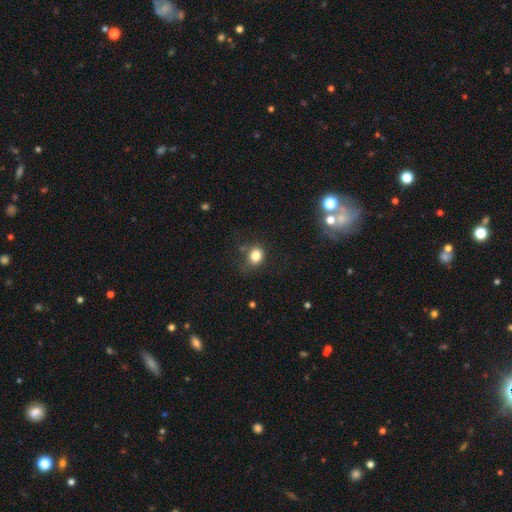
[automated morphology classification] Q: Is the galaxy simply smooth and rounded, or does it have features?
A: smooth — 81%.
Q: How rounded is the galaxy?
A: round — 68%.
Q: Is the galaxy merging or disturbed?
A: none — 69%.